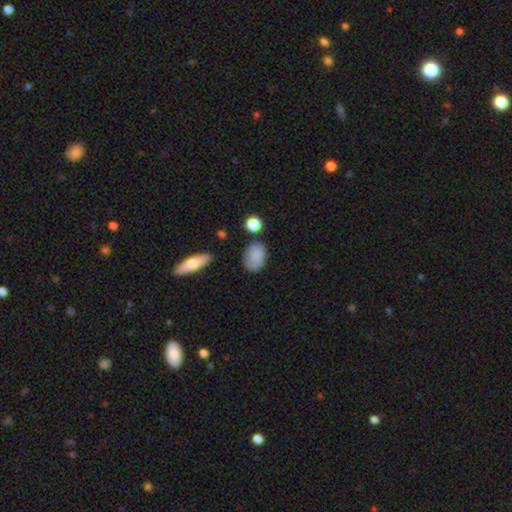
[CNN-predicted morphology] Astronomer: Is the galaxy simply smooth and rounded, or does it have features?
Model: smooth — 80%.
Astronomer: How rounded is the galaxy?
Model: in between — 73%.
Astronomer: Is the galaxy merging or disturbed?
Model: none — 69%.